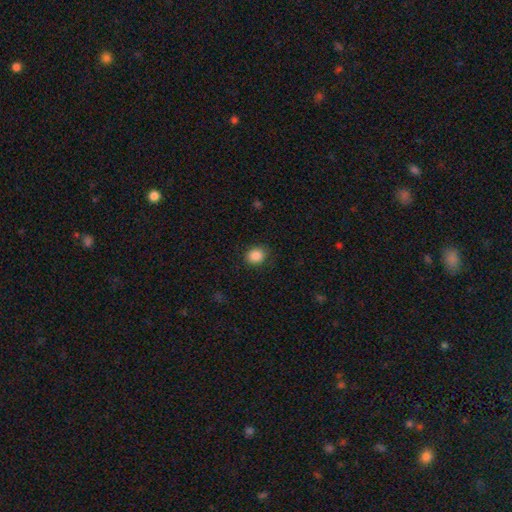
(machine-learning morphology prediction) Smooth or featured? smooth (87%)
How rounded? round (66%)
Merging? none (86%)